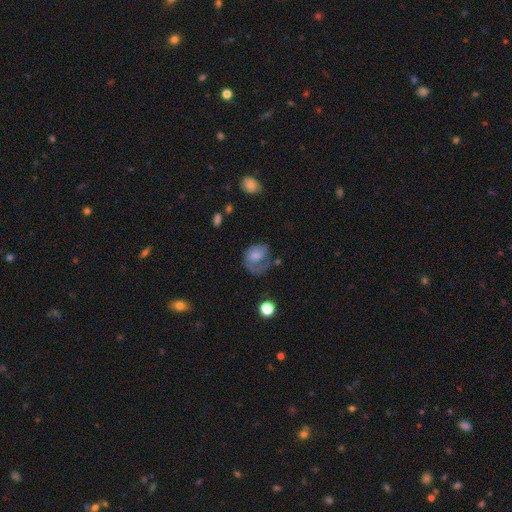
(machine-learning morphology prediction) Overall: featured or disk (46%; smooth 45%). Merging: major disturbance (40%; none 33%).